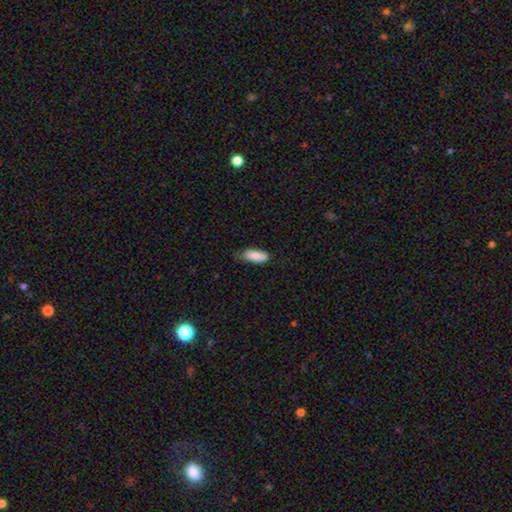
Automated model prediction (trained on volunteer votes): Smooth or featured? Predicted: smooth (p=0.87). How rounded? Predicted: in between (p=0.73). Merging? Predicted: none (p=0.61).